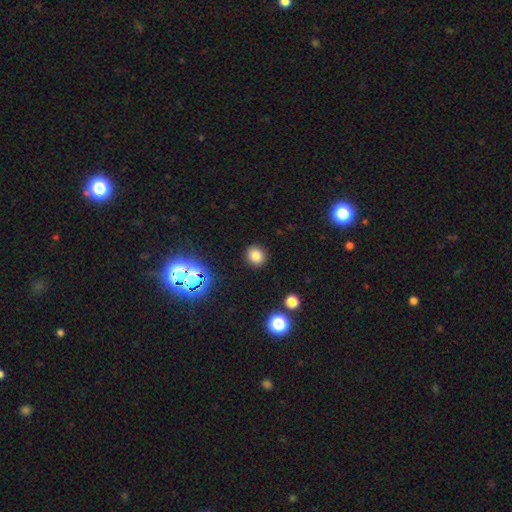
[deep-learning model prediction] Overall: smooth (79%). How rounded: round (80%). Merging: none (90%).